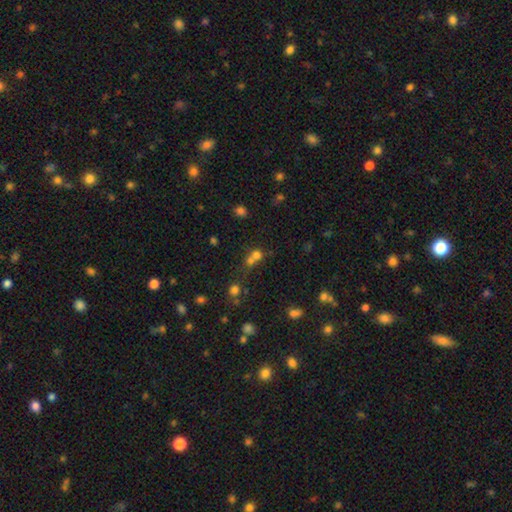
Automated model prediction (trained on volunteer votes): A smooth galaxy with no disk features (66%) that is round (81%).

Vote fractions:
- Smooth or featured? smooth: 66% / star or artifact: 22% / featured or disk: 13%
- How rounded? round: 81% / in between: 17% / cigar-shaped: 1%
- Merging? merger: 52% / none: 37% / minor disturbance: 6% / major disturbance: 4%